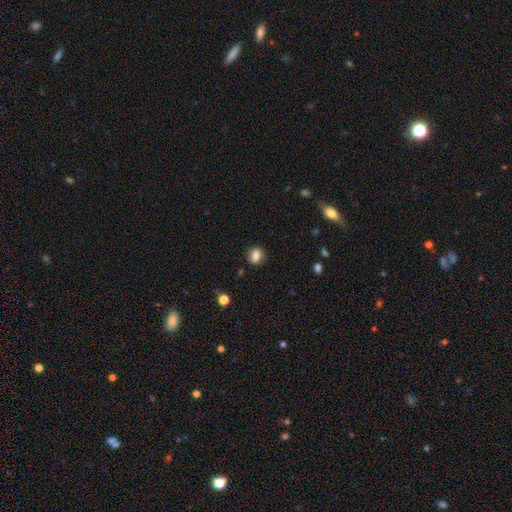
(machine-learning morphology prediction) Smooth or featured?
  - smooth: 76% *
  - featured or disk: 14%
  - star or artifact: 10%
How rounded?
  - round: 62% *
  - in between: 37%
  - cigar-shaped: 1%
Merging?
  - none: 82% *
  - minor disturbance: 13%
  - major disturbance: 4%
  - merger: 2%